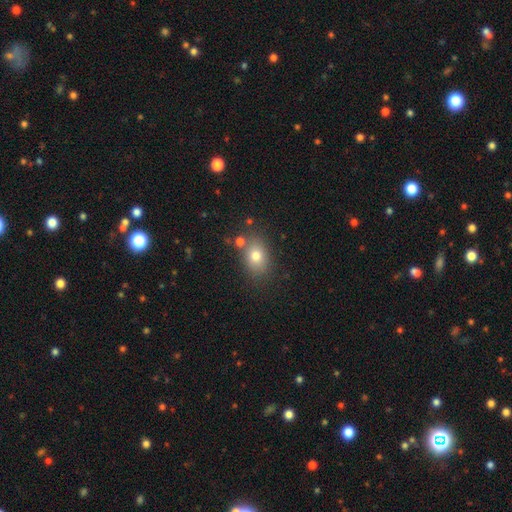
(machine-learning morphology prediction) The model was most divided on "how rounded": in between: 72%, round: 26%, cigar-shaped: 1%. More confident: smooth or featured — smooth (77%); merging — none (74%).